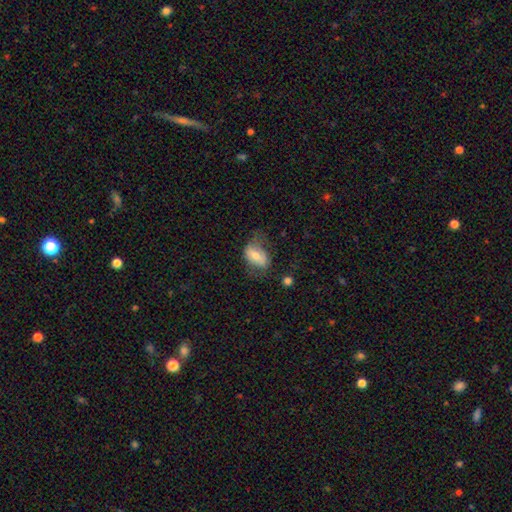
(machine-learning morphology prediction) Smooth or featured? Predicted: smooth (p=0.59). How rounded? Predicted: in between (p=0.86). Merging? Predicted: none (p=0.49).